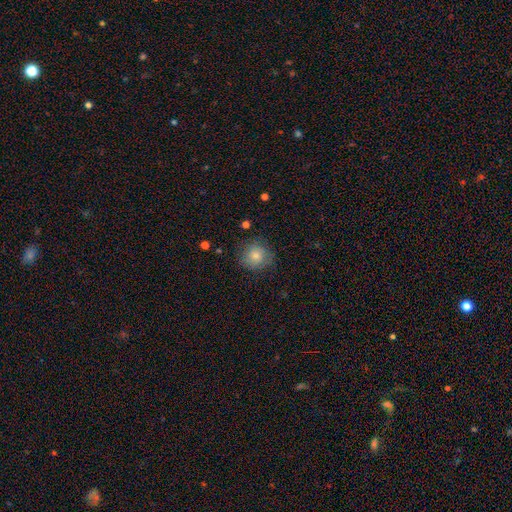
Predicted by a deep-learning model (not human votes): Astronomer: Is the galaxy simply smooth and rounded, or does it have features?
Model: smooth — 80%.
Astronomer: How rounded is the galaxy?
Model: round — 90%.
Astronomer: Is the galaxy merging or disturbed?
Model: none — 78%.